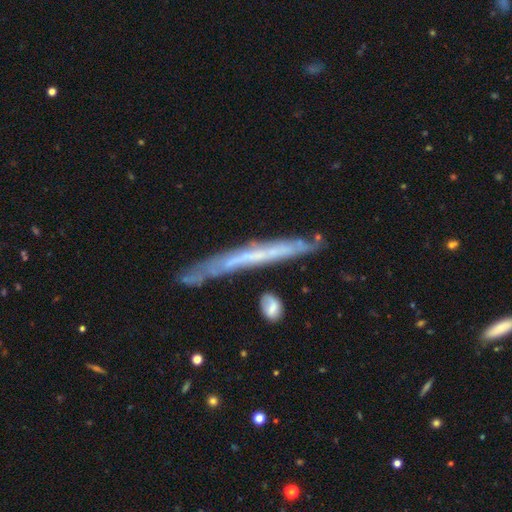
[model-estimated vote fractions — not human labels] Overall: featured or disk (65%; smooth 28%). Edge-on disk: yes (84%). Edge-on bulge: none (89%). Merging: none (72%).